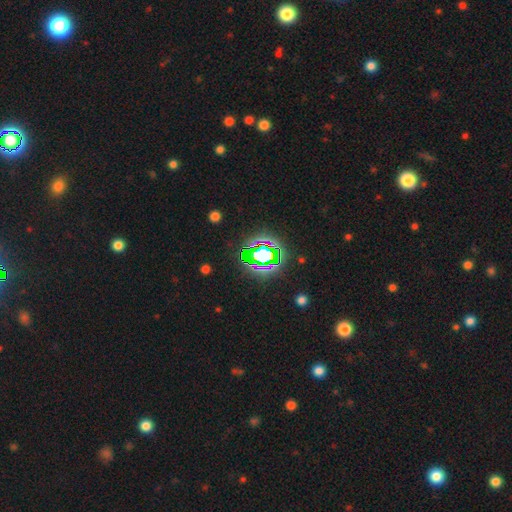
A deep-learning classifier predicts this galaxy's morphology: type=star or artifact (77%).